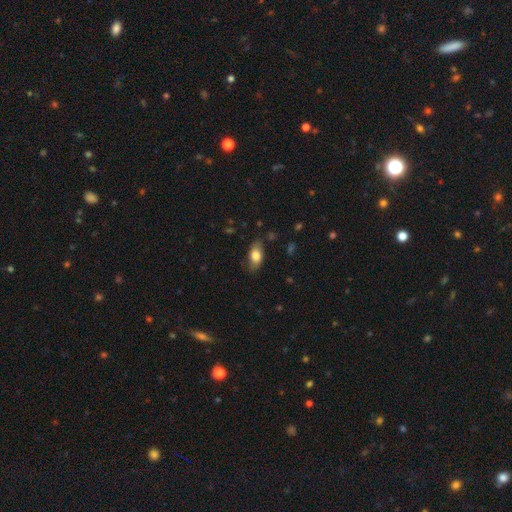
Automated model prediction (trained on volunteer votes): This appears to be a smooth galaxy with no disk features (79%) that is in between round and cigar-shaped (89%). Merging: none (75%).